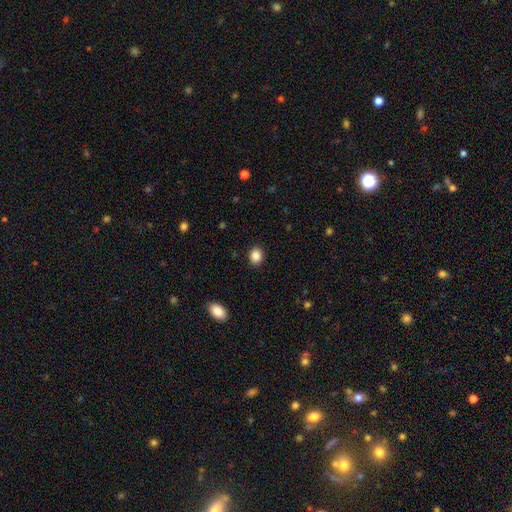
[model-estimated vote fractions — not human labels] Smooth or featured? Predicted: smooth (p=0.87). How rounded? Predicted: round (p=0.58). Merging? Predicted: none (p=0.90).